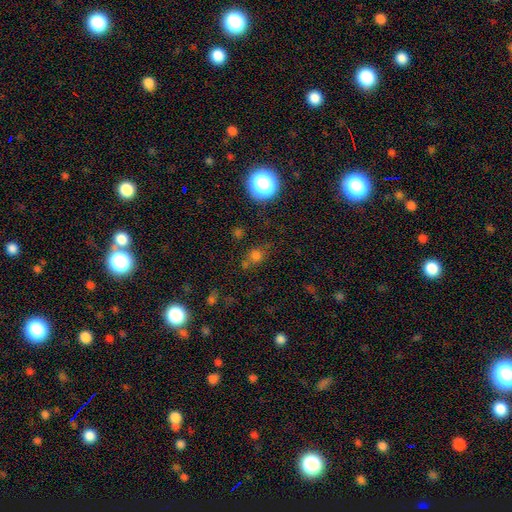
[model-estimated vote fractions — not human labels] smooth 61%, star or artifact 31%, featured or disk 8%. Down the decision tree: how rounded — round (80%); merging — none (67%).